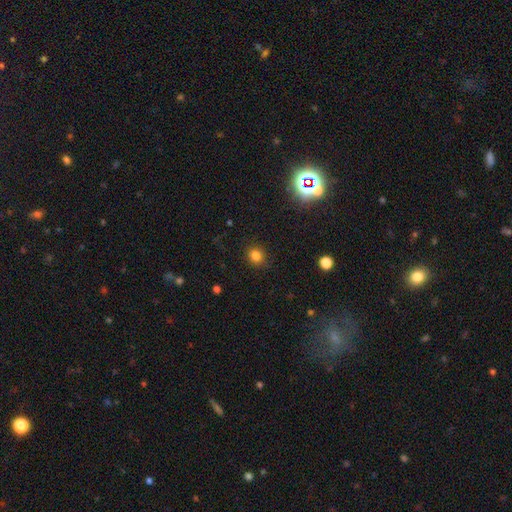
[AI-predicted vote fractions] The model was most divided on "how rounded": round: 78%, in between: 21%, cigar-shaped: 1%. More confident: merging — none (88%); smooth or featured — smooth (81%).